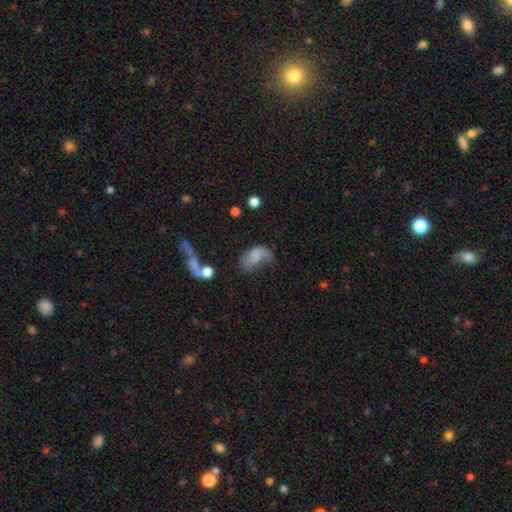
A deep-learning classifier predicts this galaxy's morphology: smooth-or-featured: smooth: 49% | featured or disk: 39% | star or artifact: 12%
  merging: major disturbance: 44% | minor disturbance: 22% | none: 22% | merger: 12%